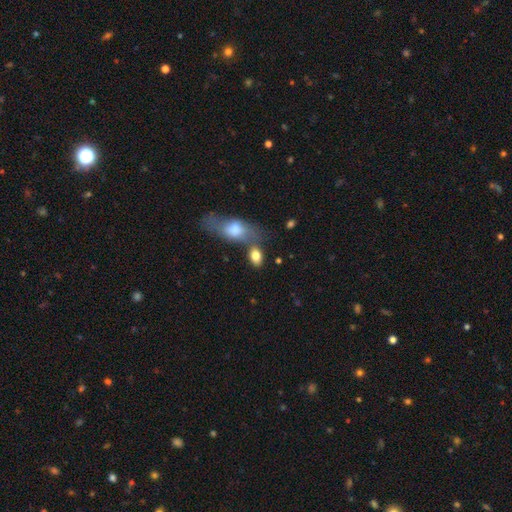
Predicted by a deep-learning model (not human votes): Smooth or featured: smooth — 81% (featured or disk — 11%)
How rounded: in between — 80% (round — 16%)
Merging: none — 53% (merger — 27%)